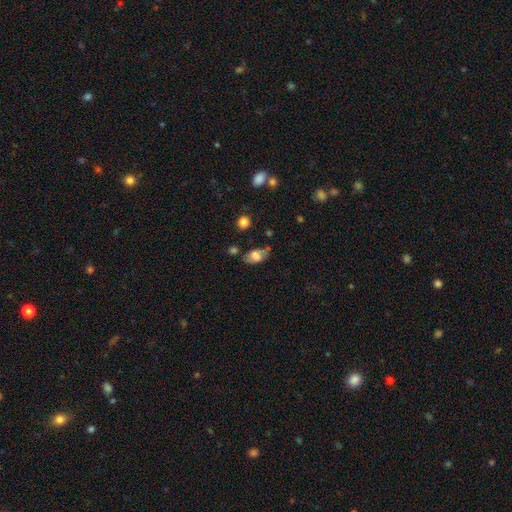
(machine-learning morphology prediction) This is likely a smooth galaxy (65%). How rounded: clearly in between (88%). Merging: possibly none (55%).